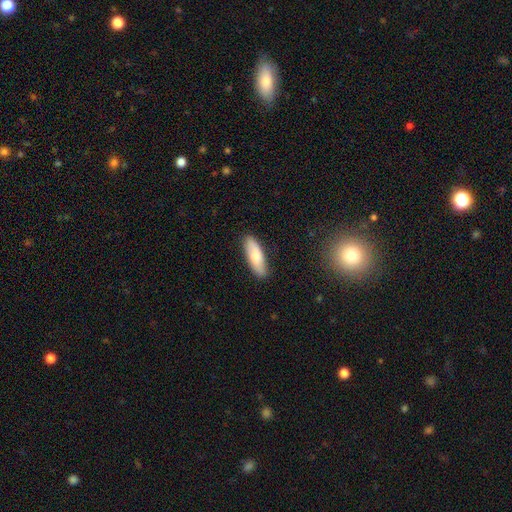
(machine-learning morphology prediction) A smooth galaxy with no disk features (70%) that is in between round and cigar-shaped (60%).

Vote fractions:
- Smooth or featured? smooth: 70% / featured or disk: 25% / star or artifact: 6%
- How rounded? in between: 60% / cigar-shaped: 38% / round: 2%
- Merging? none: 86% / minor disturbance: 11% / major disturbance: 2% / merger: 1%